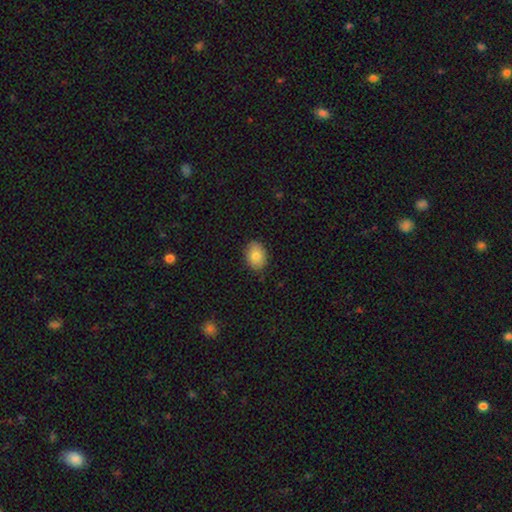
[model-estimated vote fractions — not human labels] Smooth or featured? Predicted: smooth (p=0.84). How rounded? Predicted: in between (p=0.75). Merging? Predicted: none (p=0.85).